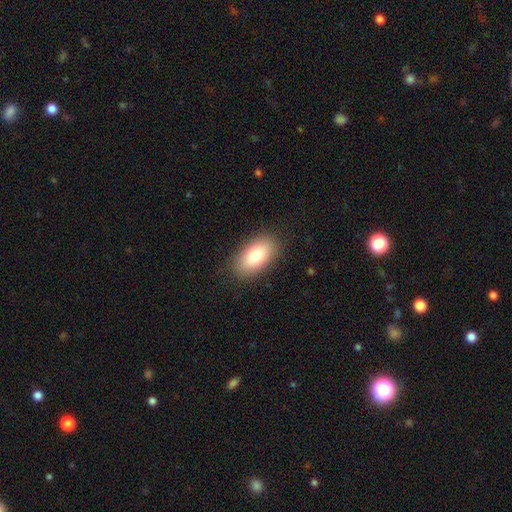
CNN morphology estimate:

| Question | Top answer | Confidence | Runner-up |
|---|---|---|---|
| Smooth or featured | smooth | 78% | featured or disk (14%) |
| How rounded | in between | 92% | round (5%) |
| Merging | none | 87% | minor disturbance (10%) |